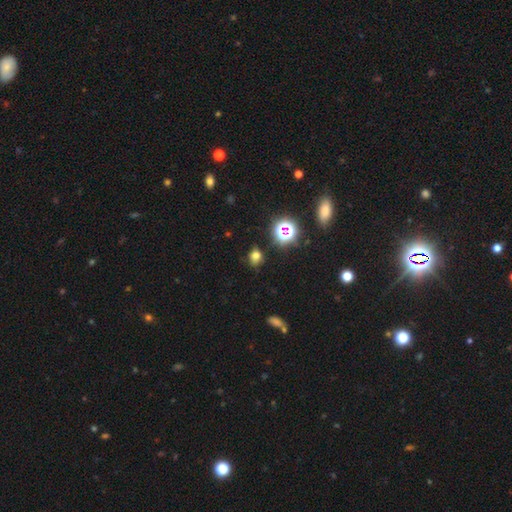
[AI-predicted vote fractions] smooth-or-featured: smooth: 67% | star or artifact: 25% | featured or disk: 8%
  how-rounded: round: 52% | in between: 46% | cigar-shaped: 1%
  merging: none: 78% | minor disturbance: 15% | major disturbance: 4% | merger: 3%